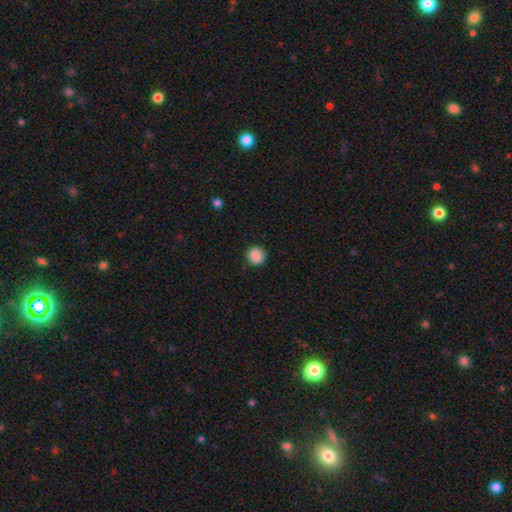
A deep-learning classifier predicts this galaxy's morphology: type=smooth (88%); roundness=round (92%); merging=none (88%).